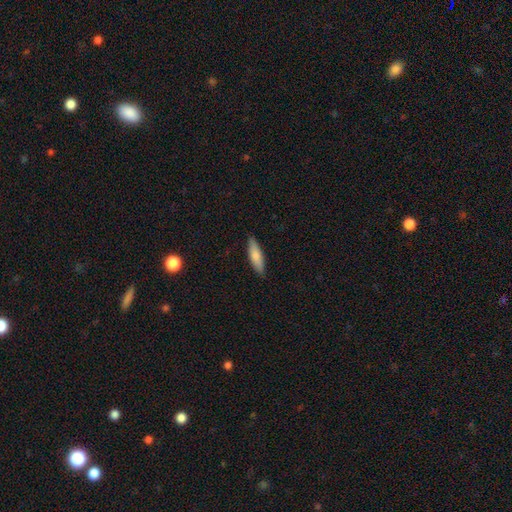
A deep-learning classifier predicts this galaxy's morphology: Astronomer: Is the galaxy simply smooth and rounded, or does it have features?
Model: smooth — 79%.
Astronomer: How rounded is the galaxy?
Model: cigar-shaped — 60% (runner-up: in between, 39%).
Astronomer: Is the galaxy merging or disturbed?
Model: none — 88%.